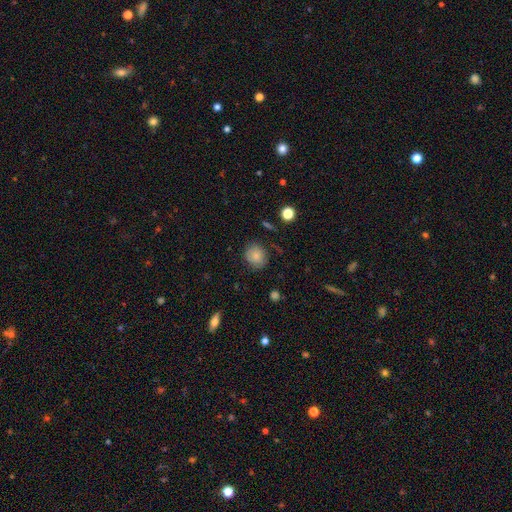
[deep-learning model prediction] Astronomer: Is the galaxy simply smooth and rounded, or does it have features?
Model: smooth — 80%.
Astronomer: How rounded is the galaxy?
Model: round — 79%.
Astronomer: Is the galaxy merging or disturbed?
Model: none — 78%.